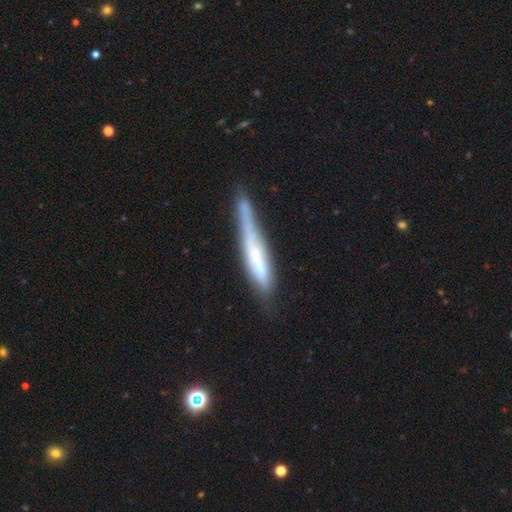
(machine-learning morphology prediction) smooth-or-featured: featured or disk: 49% | smooth: 44% | star or artifact: 8%
  merging: none: 55% | minor disturbance: 29% | major disturbance: 11% | merger: 5%